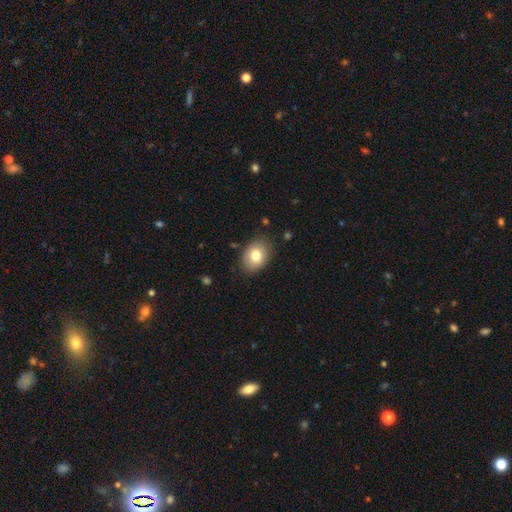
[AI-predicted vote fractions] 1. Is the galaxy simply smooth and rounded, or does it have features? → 80% smooth, 12% featured or disk, 8% star or artifact.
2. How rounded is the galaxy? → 70% in between, 29% round, 1% cigar-shaped.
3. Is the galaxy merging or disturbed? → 83% none, 13% minor disturbance, 3% major disturbance, 1% merger.